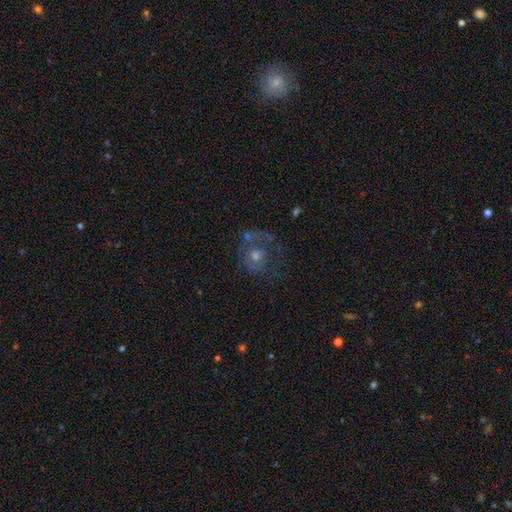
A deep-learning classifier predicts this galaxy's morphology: This appears to be a featured or disk galaxy (52%) with no bar (87%), spiral arms (52%) and a moderate central bulge (59%). Merging: none (49%).